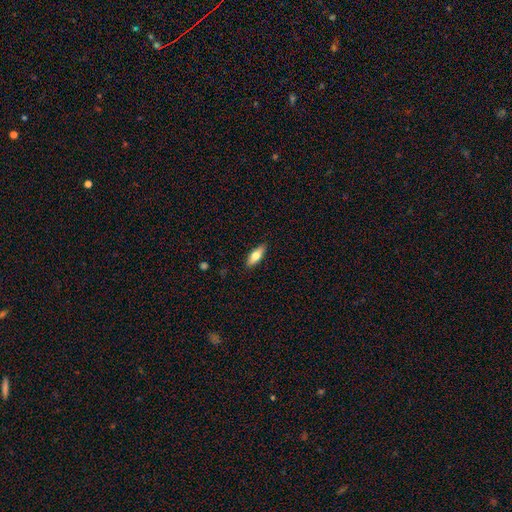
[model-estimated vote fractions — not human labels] Overall: smooth (66%; featured or disk 28%). How rounded: in between (64%; cigar-shaped 33%). Merging: none (89%).